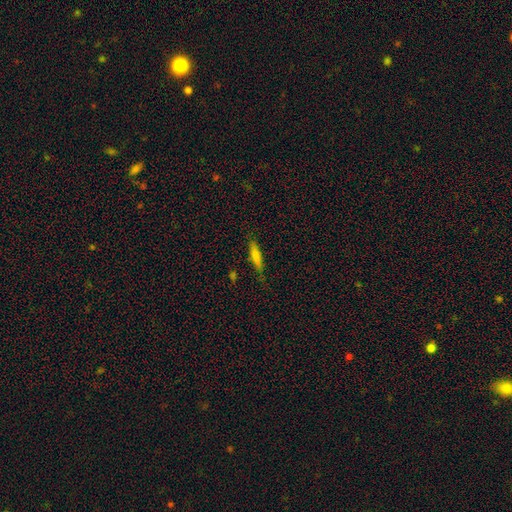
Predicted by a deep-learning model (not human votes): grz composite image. It shows a smooth galaxy with no disk features (67%) that is cigar-shaped (83%). Merging: none (81%).